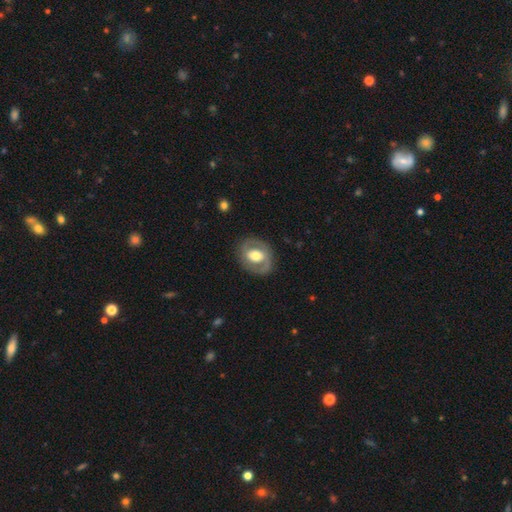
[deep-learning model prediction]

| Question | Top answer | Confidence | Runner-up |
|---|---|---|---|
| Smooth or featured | featured or disk | 60% | smooth (34%) |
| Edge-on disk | no | 95% | yes (5%) |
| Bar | no | 49% | weak (33%) |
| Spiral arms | no | 51% | yes (49%) |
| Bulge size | moderate | 58% | large (32%) |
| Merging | none | 81% | minor disturbance (12%) |